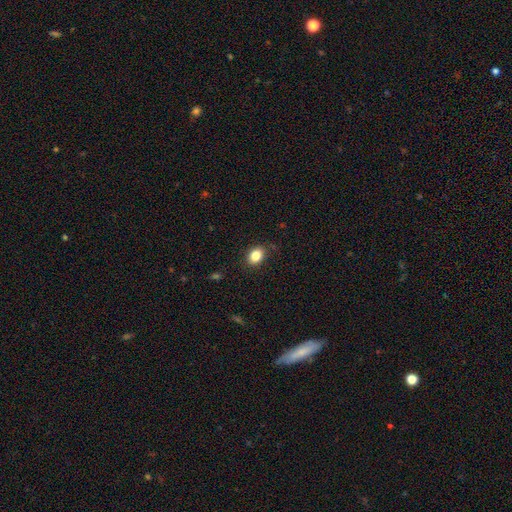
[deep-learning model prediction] This is clearly a smooth galaxy (85%). How rounded: likely in between (66%). Merging: clearly none (85%).